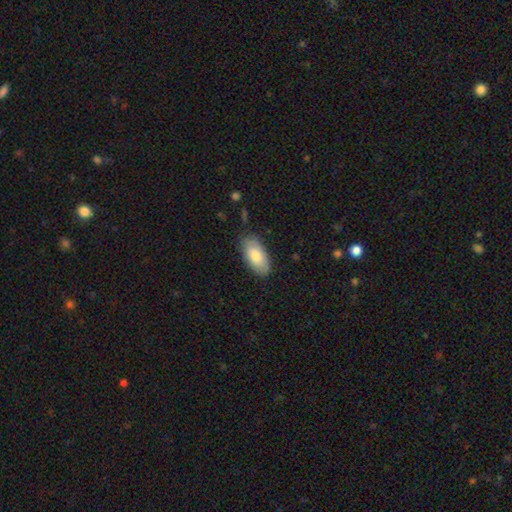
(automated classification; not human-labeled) Q: Smooth or featured?
A: smooth (78%); runner-up: featured or disk (16%)
Q: How rounded?
A: in between (93%); runner-up: cigar-shaped (4%)
Q: Merging?
A: none (81%); runner-up: minor disturbance (15%)